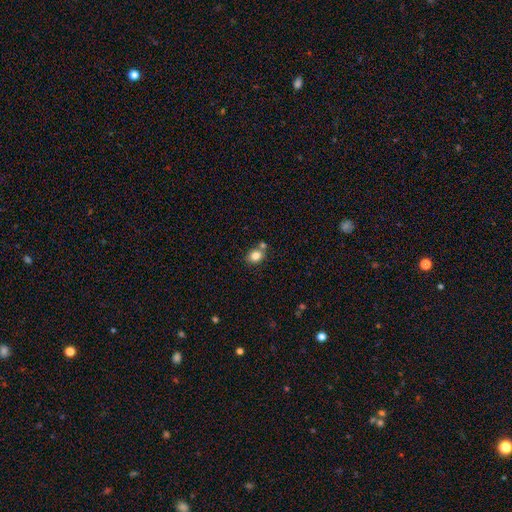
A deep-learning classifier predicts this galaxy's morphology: Smooth or featured: smooth — 83% (star or artifact — 10%)
How rounded: round — 56% (in between — 43%)
Merging: none — 64% (merger — 21%)